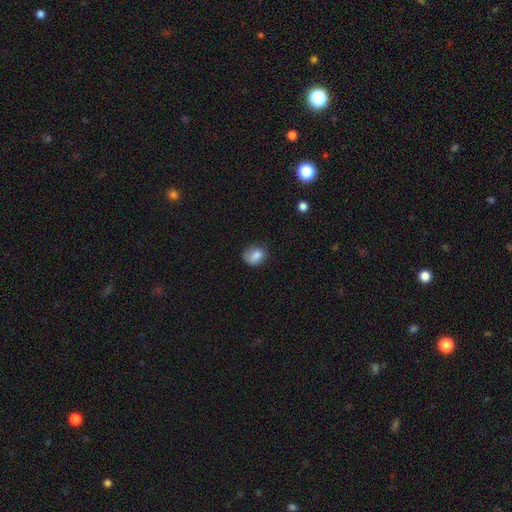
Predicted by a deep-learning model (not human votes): smooth 83%, star or artifact 9%, featured or disk 8%. Down the decision tree: how rounded — in between (54%); merging — none (58%).